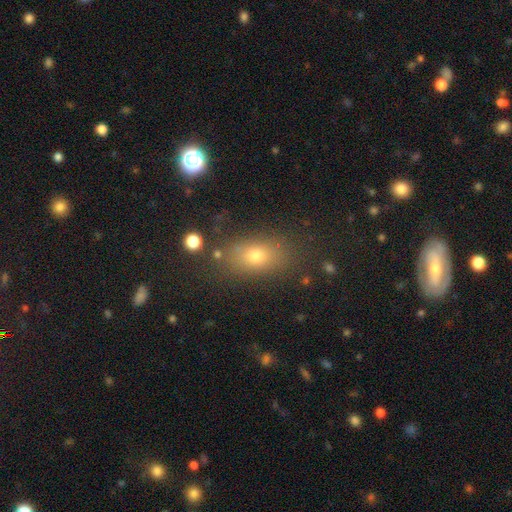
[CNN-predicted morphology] The model was most divided on "smooth or featured": smooth: 74%, star or artifact: 13%, featured or disk: 12%. More confident: how rounded — in between (79%); merging — none (79%).